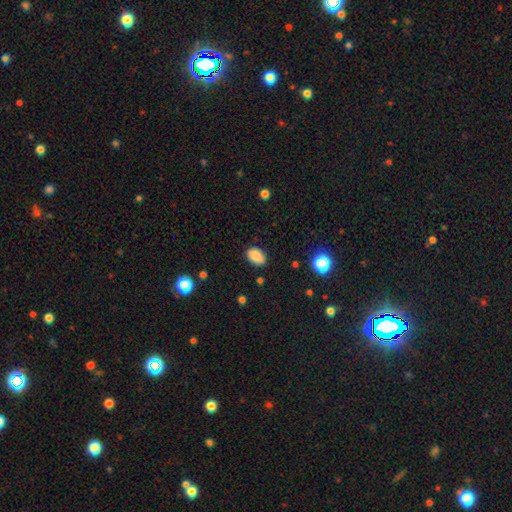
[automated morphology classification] smooth 87%, star or artifact 9%, featured or disk 4%. Down the decision tree: how rounded — in between (85%); merging — none (80%).